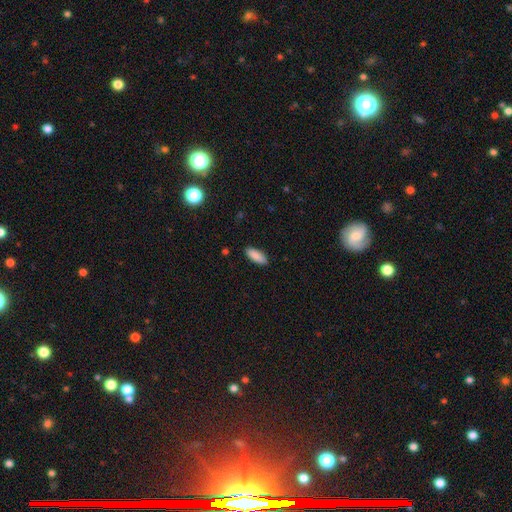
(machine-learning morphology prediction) smooth-or-featured: smooth: 88% | star or artifact: 7% | featured or disk: 5%
  how-rounded: in between: 72% | cigar-shaped: 26% | round: 2%
  merging: none: 88% | minor disturbance: 9% | major disturbance: 2% | merger: 1%